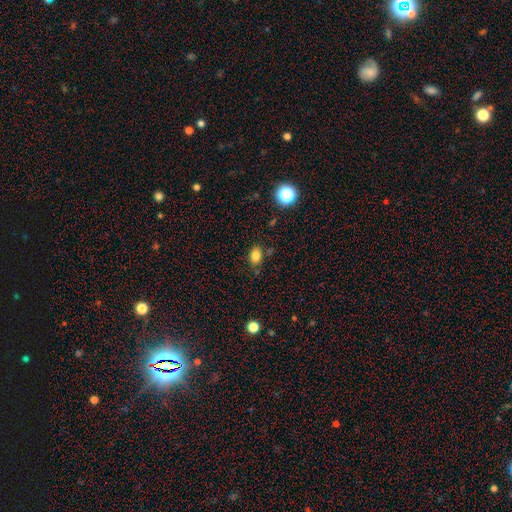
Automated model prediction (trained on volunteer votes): Q: Smooth or featured?
A: smooth (82%); runner-up: star or artifact (12%)
Q: How rounded?
A: in between (75%); runner-up: round (24%)
Q: Merging?
A: none (76%); runner-up: minor disturbance (16%)